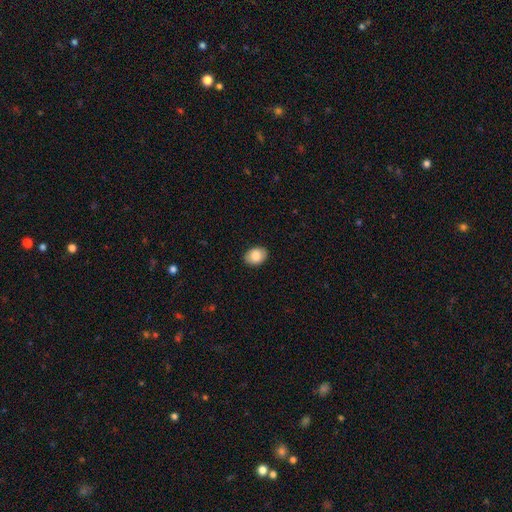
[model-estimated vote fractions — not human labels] This appears to be a smooth galaxy with no disk features (87%) that is in between round and cigar-shaped (68%). Merging: none (87%).